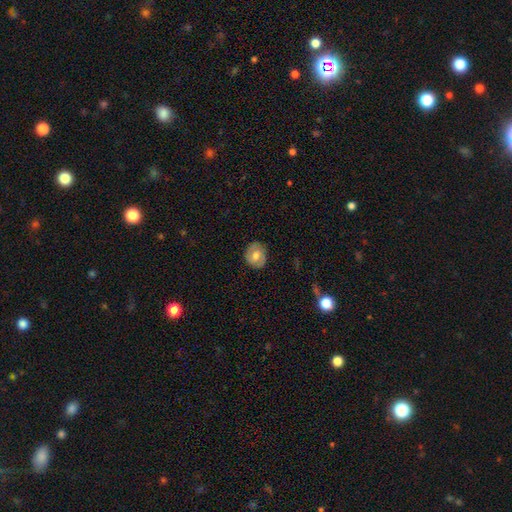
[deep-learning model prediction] Morphology: type=smooth (55%); roundness=round (72%); merging=none (82%).